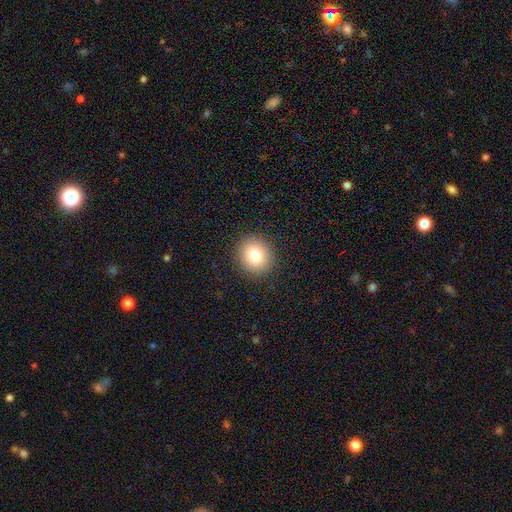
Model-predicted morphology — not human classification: This is likely a smooth galaxy (79%). How rounded: clearly round (87%). Merging: clearly none (93%).